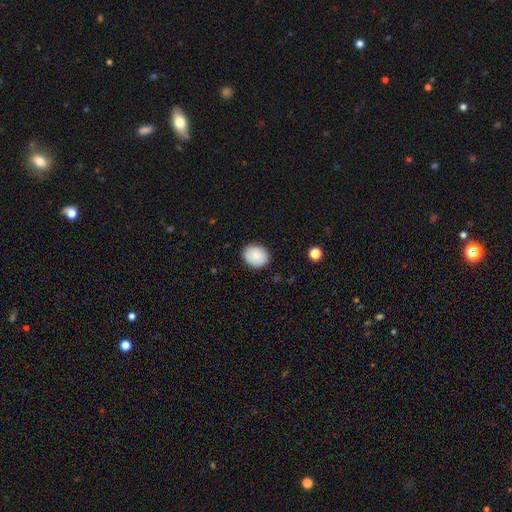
smooth 88%, star or artifact 8%, featured or disk 5%. Down the decision tree: how rounded — round (63%); merging — none (89%).